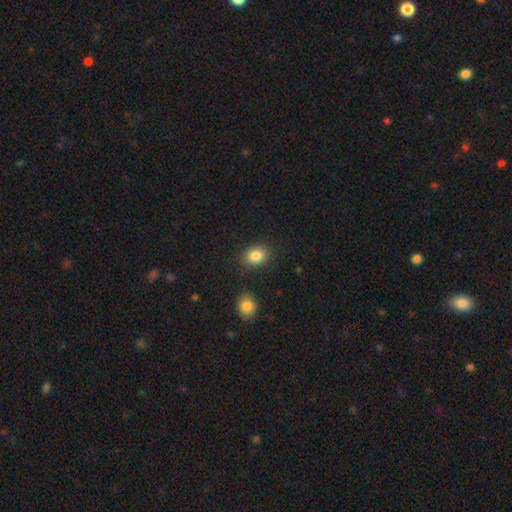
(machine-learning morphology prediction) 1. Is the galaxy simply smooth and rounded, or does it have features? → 85% smooth, 9% star or artifact, 6% featured or disk.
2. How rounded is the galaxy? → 59% in between, 40% round, 1% cigar-shaped.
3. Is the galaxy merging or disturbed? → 83% none, 11% minor disturbance, 3% merger, 3% major disturbance.